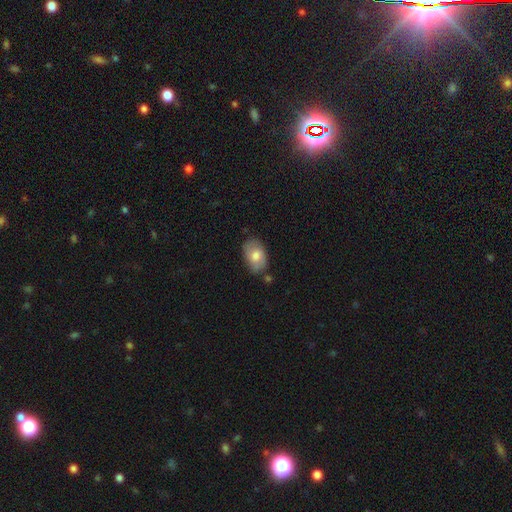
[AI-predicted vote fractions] Overall: smooth (64%; featured or disk 29%). How rounded: in between (88%). Merging: none (69%).